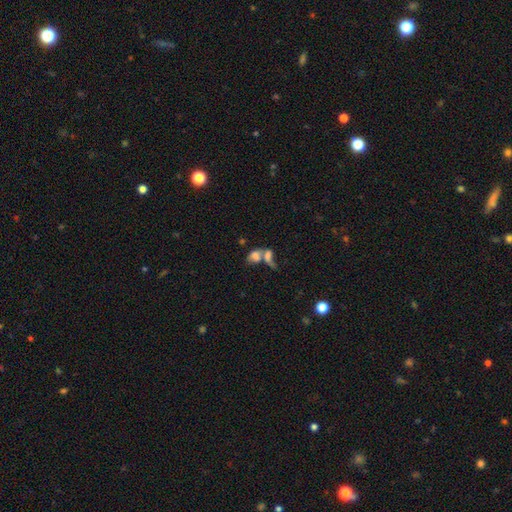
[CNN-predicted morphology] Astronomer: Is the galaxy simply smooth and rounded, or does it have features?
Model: smooth — 63%.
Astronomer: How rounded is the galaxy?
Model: in between — 81%.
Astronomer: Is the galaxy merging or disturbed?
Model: merger — 69%.